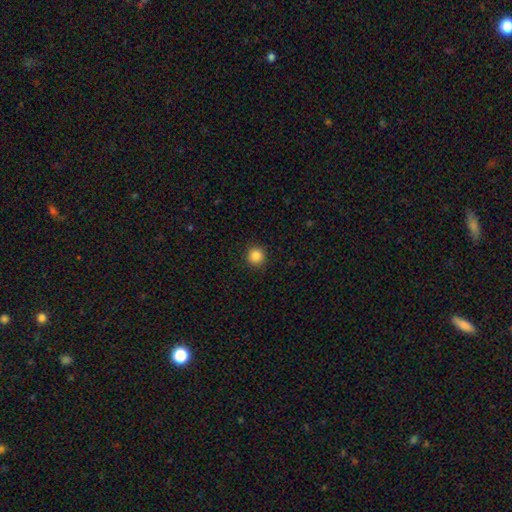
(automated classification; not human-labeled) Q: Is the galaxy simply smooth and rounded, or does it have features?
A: smooth — 85%.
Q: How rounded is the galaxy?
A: round — 94%.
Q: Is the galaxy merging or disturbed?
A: none — 91%.